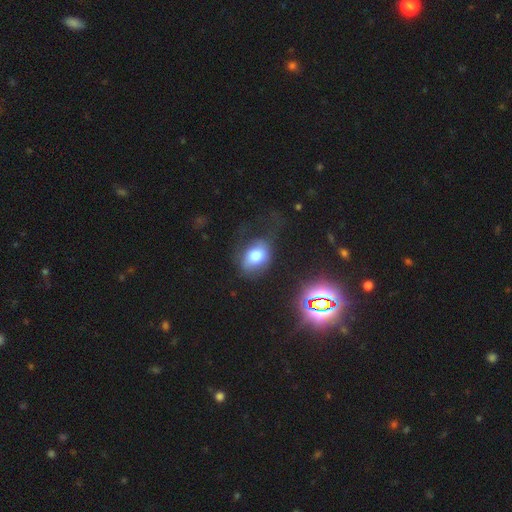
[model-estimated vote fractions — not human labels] Q: Smooth or featured?
A: smooth (71%); runner-up: featured or disk (18%)
Q: How rounded?
A: in between (70%); runner-up: round (28%)
Q: Merging?
A: none (47%); runner-up: major disturbance (26%)